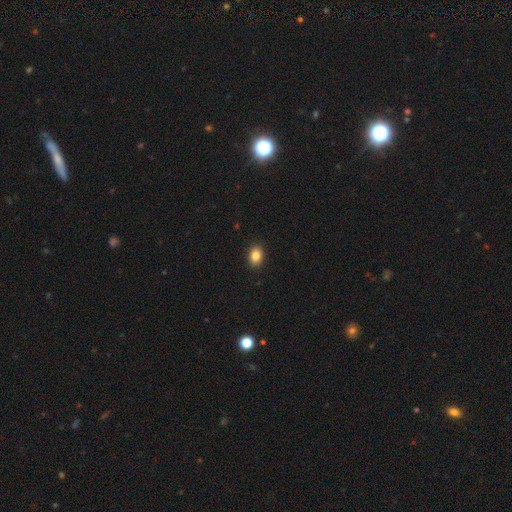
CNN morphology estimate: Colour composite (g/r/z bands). It shows a smooth galaxy with no disk features (86%) that is in between round and cigar-shaped (74%). Merging: none (91%).